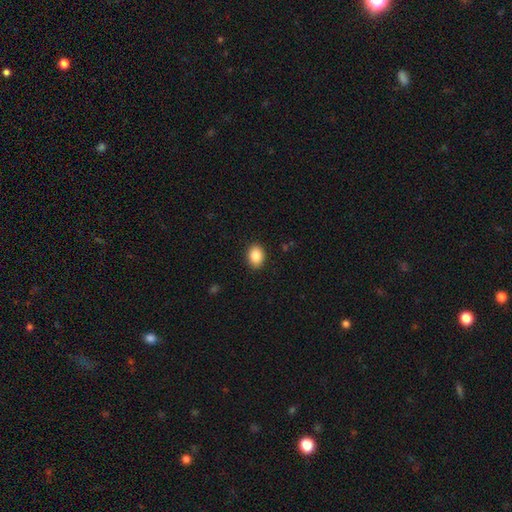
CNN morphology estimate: Smooth or featured? Predicted: smooth (p=0.87). How rounded? Predicted: in between (p=0.64). Merging? Predicted: none (p=0.90).